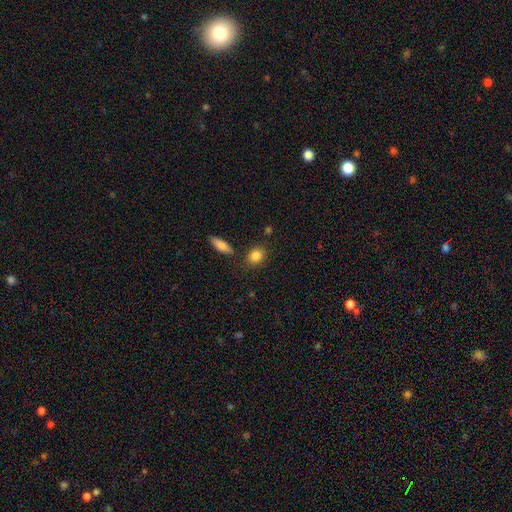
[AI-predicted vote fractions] smooth_or_featured: smooth (p=0.86) [alt: star or artifact p=0.08]
how_rounded: in between (p=0.53) [alt: round p=0.44]
merging: none (p=0.79) [alt: minor disturbance p=0.12]